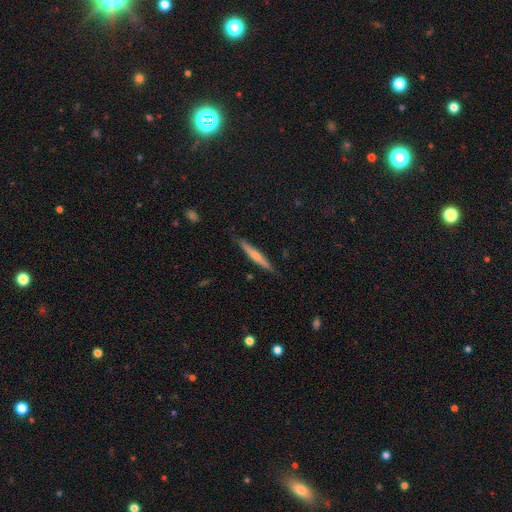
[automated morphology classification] featured or disk 50%, smooth 44%, star or artifact 6%. Down the decision tree: edge-on disk — yes (95%); merging — none (86%).